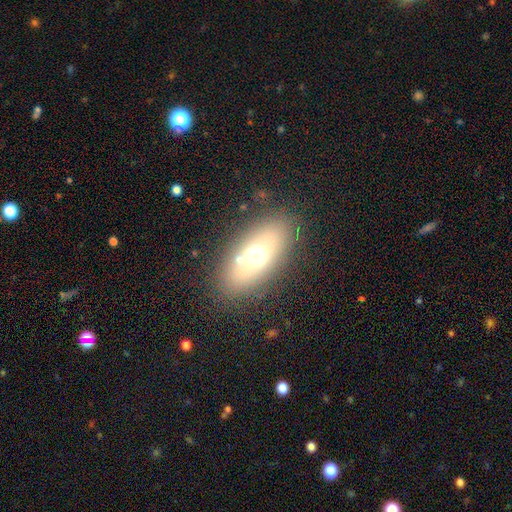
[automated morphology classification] Smooth or featured?
  - smooth: 62% *
  - featured or disk: 26%
  - star or artifact: 13%
How rounded?
  - in between: 80% *
  - round: 11%
  - cigar-shaped: 9%
Merging?
  - none: 82% *
  - minor disturbance: 10%
  - major disturbance: 5%
  - merger: 3%